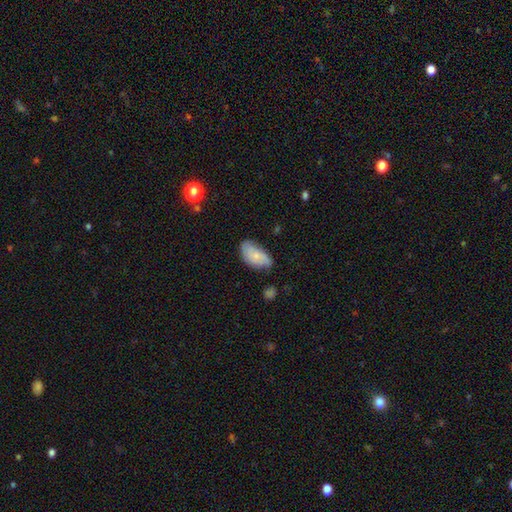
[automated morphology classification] A smooth galaxy with no disk features (57%) that is in between round and cigar-shaped (93%). Merging: none (57%).